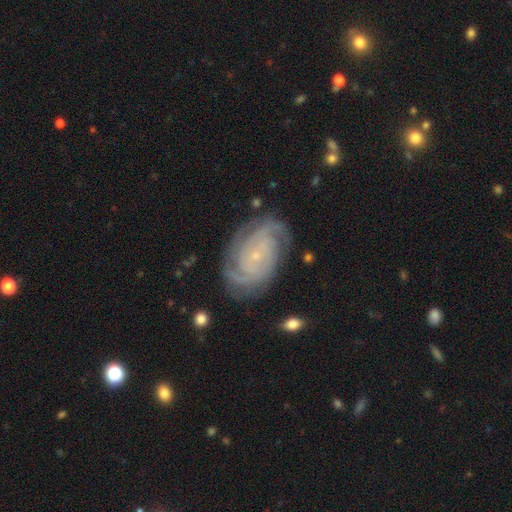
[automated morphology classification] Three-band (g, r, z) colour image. It shows a featured or disk galaxy (89%) with no bar (72%), 2 (27%) tight (75%) spiral arms (98%) and a small central bulge (84%). Merging: none (79%).